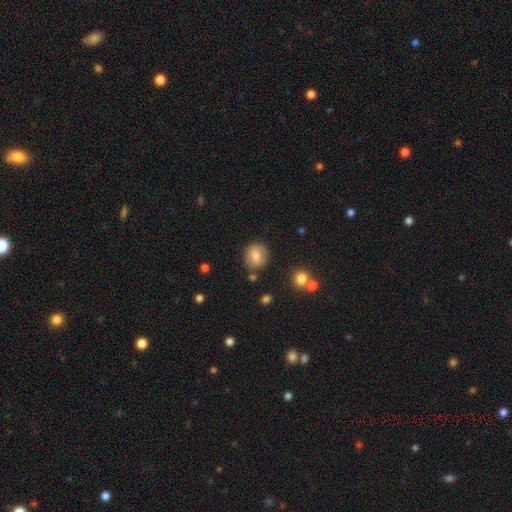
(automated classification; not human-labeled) A smooth galaxy with no disk features (80%) that is round (78%). Merging: none (82%).